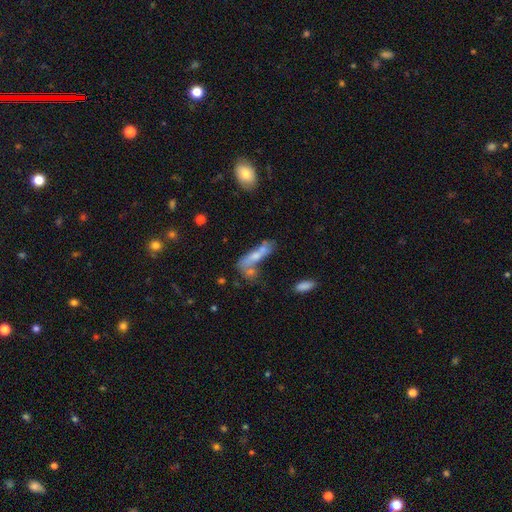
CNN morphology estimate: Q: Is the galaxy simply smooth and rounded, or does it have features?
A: smooth — 55%.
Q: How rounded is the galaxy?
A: cigar-shaped — 65%.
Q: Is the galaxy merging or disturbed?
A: merger — 37%.